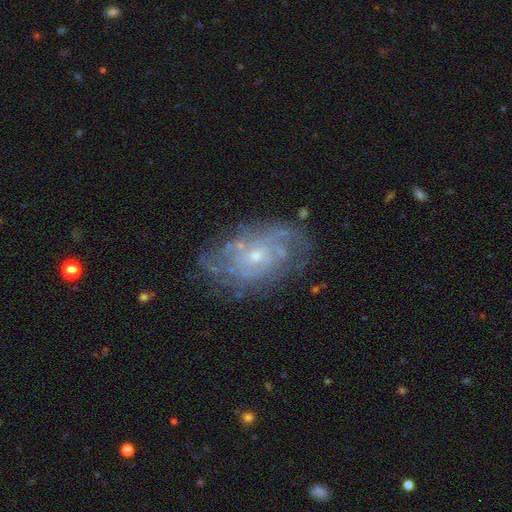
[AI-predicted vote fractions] This appears to be a featured or disk galaxy (81%) with no bar (74%), tight (58%) spiral arms (89%) and a small central bulge (65%). Merging: none (71%).